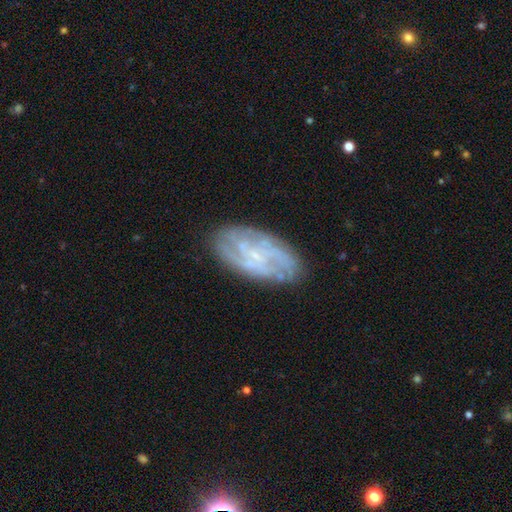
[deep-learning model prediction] A featured or disk galaxy (74%) with no bar (62%), tight (48%) spiral arms (82%) and a small central bulge (72%).

Vote fractions:
- Smooth or featured? featured or disk: 74% / smooth: 19% / star or artifact: 8%
- Edge-on disk? no: 94% / yes: 6%
- Bar? no: 62% / weak: 31% / strong: 7%
- Spiral arms? yes: 82% / no: 18%
- Spiral winding? tight: 48% / medium: 36% / loose: 16%
- Spiral arm count? can't tell: 47% / 2: 15% / 4: 13% / 3: 13% / more than 4: 6% / 1: 5%
- Bulge size? small: 72% / none: 16% / moderate: 10% / large: 1% / dominant: 1%
- Merging? none: 76% / minor disturbance: 16% / major disturbance: 6% / merger: 2%